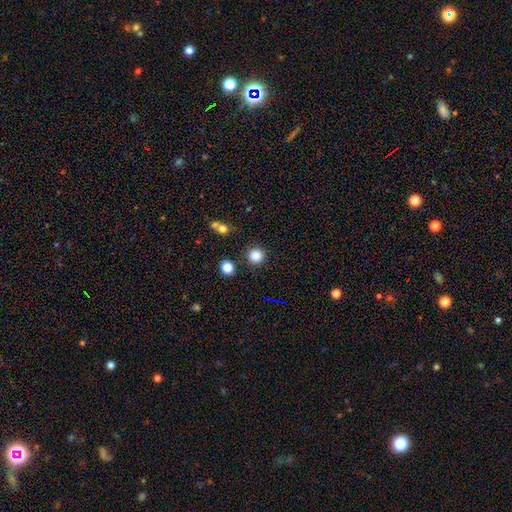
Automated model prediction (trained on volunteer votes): This appears to be a smooth galaxy with no disk features (83%) that is round (95%). Merging: none (87%).